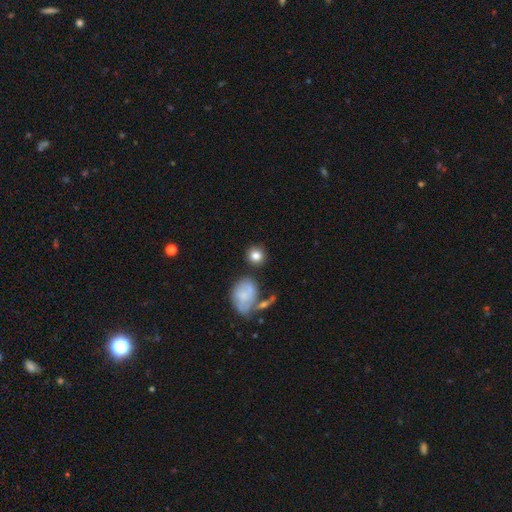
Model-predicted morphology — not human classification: smooth-or-featured: smooth: 80% | featured or disk: 10% | star or artifact: 9%
  how-rounded: round: 83% | in between: 15% | cigar-shaped: 1%
  merging: none: 77% | minor disturbance: 11% | merger: 8% | major disturbance: 4%